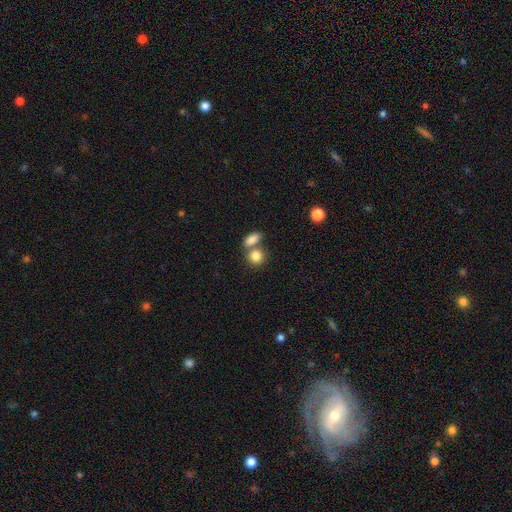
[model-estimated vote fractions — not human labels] This is clearly a smooth galaxy (84%). How rounded: possibly round (59%). Merging: possibly merger (45%).